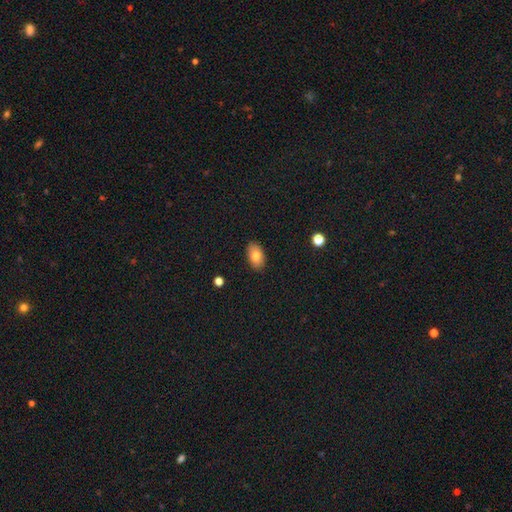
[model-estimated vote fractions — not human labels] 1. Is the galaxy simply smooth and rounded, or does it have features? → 80% smooth, 12% featured or disk, 8% star or artifact.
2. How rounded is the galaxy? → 91% in between, 7% round, 1% cigar-shaped.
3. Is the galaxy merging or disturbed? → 89% none, 8% minor disturbance, 2% major disturbance, 1% merger.